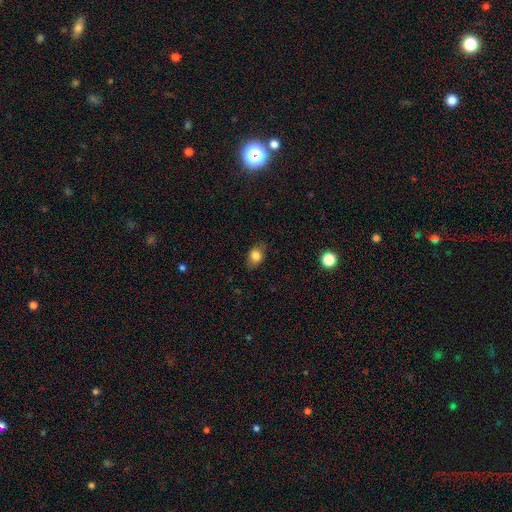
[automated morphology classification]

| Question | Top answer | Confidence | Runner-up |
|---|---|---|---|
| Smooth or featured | smooth | 81% | star or artifact (9%) |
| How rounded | in between | 73% | round (25%) |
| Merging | none | 80% | minor disturbance (15%) |